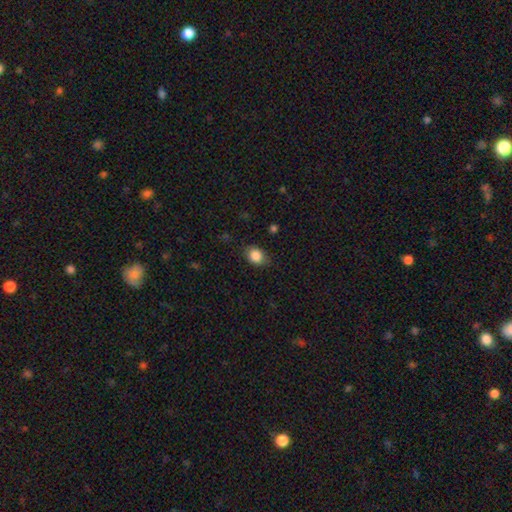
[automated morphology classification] Smooth or featured? Predicted: smooth (p=0.85). How rounded? Predicted: in between (p=0.55). Merging? Predicted: none (p=0.77).